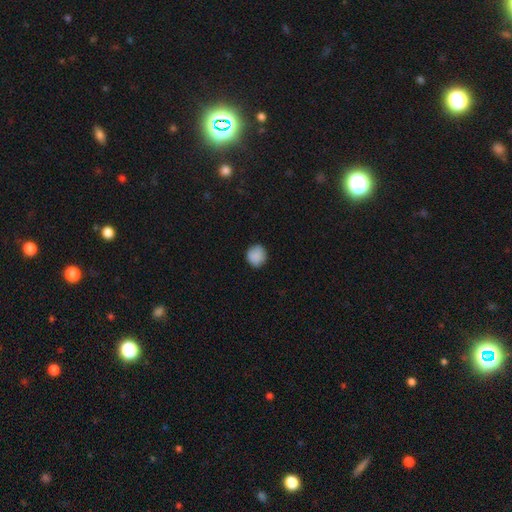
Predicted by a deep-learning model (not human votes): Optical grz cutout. It shows a smooth galaxy with no disk features (88%) that is round (90%). Merging: none (86%).